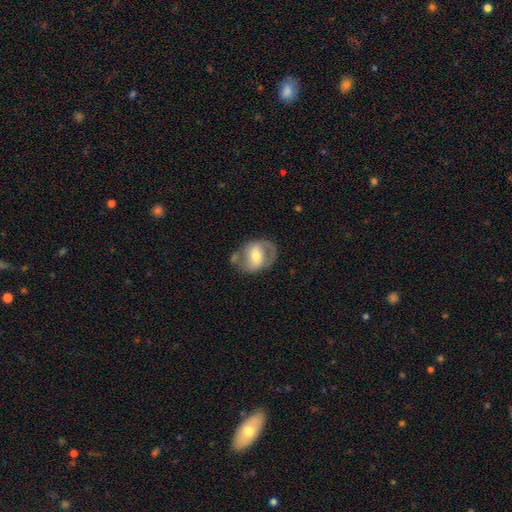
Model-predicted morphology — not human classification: The model was most divided on "bar": weak: 40%, no: 30%, strong: 29%. More confident: edge-on disk — no (95%); spiral arms — yes (64%); bulge size — moderate (62%); smooth or featured — featured or disk (61%); merging — none (56%).